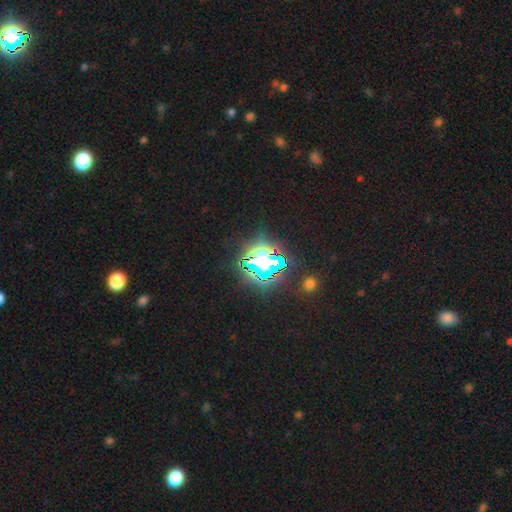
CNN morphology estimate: A star or artifact, not a galaxy (78%).

Vote fractions:
- Smooth or featured? star or artifact: 78% / smooth: 13% / featured or disk: 9%